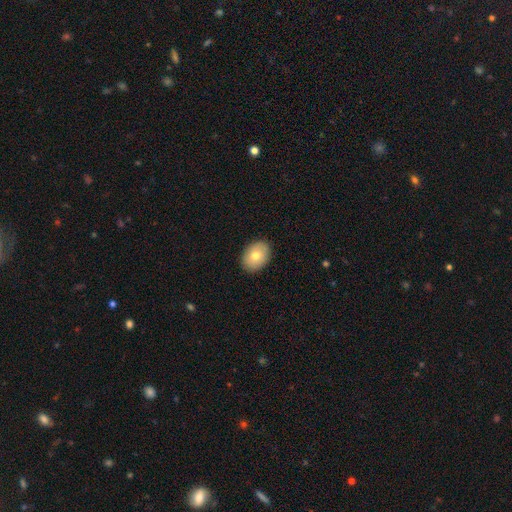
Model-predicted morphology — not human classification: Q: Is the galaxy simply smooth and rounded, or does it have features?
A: smooth — 75%.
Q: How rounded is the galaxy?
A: in between — 73%.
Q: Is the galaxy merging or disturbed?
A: none — 90%.